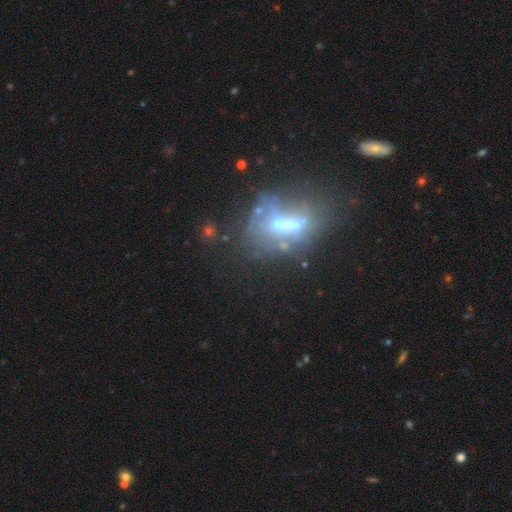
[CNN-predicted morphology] This appears to be a featured or disk galaxy (53%). Merging: none (38%).